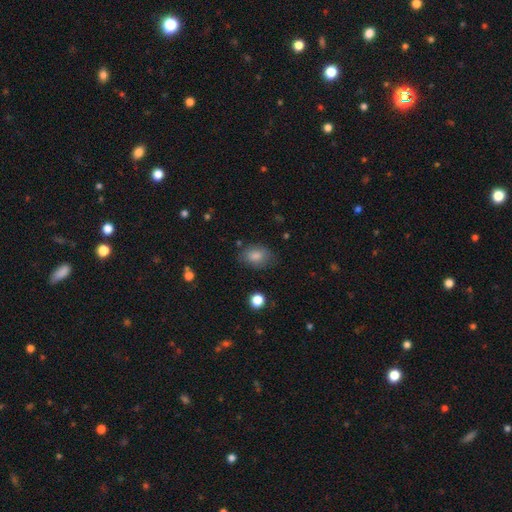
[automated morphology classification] Smooth or featured? Predicted: smooth (p=0.84). How rounded? Predicted: in between (p=0.81). Merging? Predicted: none (p=0.75).